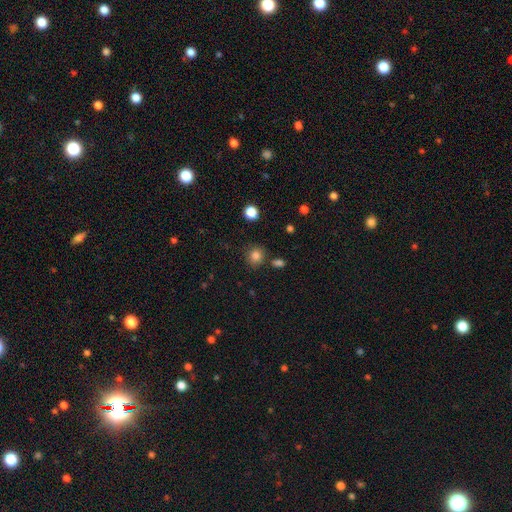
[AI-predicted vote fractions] Overall: smooth (83%). How rounded: round (87%). Merging: none (82%).